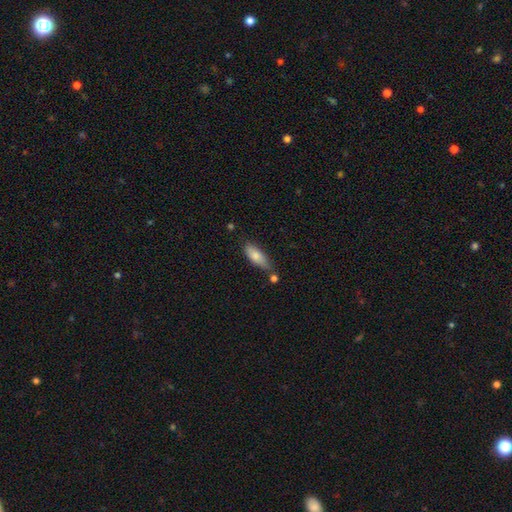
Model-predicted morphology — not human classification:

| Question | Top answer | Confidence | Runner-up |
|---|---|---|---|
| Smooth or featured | smooth | 79% | featured or disk (15%) |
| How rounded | in between | 66% | cigar-shaped (32%) |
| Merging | none | 62% | minor disturbance (22%) |